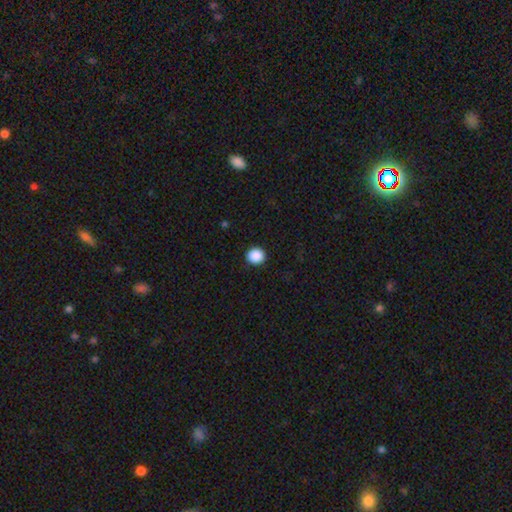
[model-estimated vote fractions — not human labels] This appears to be a smooth galaxy with no disk features (89%) that is round (89%). Merging: none (92%).